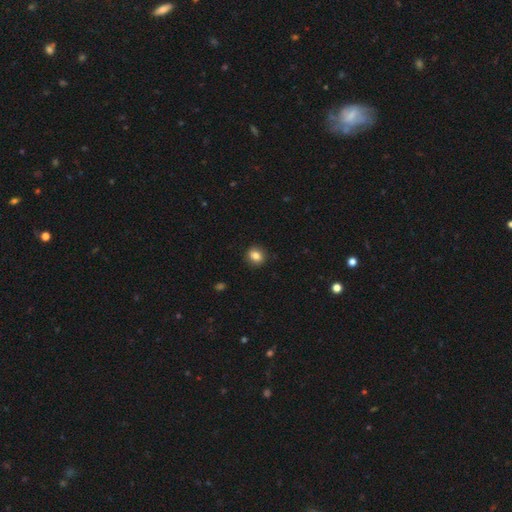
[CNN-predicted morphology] smooth_or_featured: smooth (p=0.82) [alt: star or artifact p=0.10]
how_rounded: round (p=0.70) [alt: in between p=0.29]
merging: none (p=0.90) [alt: minor disturbance p=0.07]